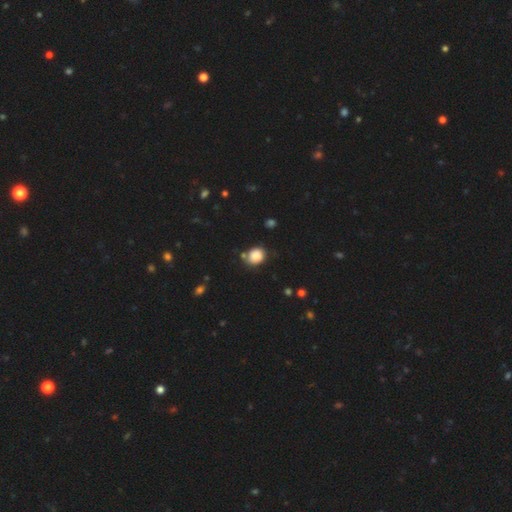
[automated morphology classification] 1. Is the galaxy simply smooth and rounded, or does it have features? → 86% smooth, 10% star or artifact, 4% featured or disk.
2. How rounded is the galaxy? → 68% round, 31% in between, 1% cigar-shaped.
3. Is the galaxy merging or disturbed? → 73% none, 16% minor disturbance, 7% merger, 4% major disturbance.